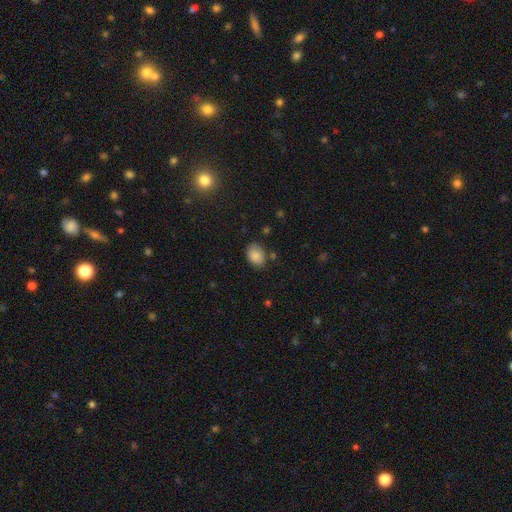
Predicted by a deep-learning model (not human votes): Smooth or featured: smooth — 87% (star or artifact — 9%)
How rounded: in between — 72% (round — 27%)
Merging: none — 78% (minor disturbance — 15%)